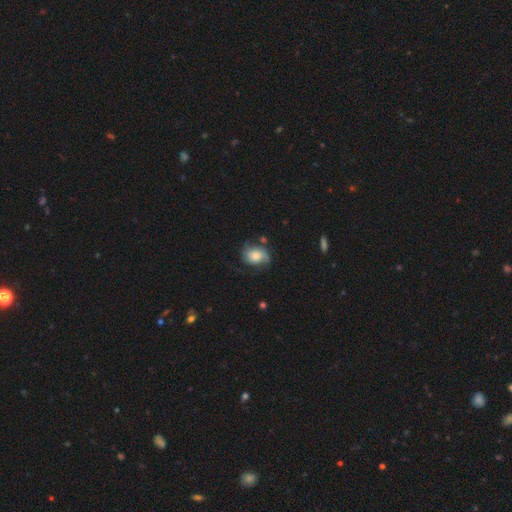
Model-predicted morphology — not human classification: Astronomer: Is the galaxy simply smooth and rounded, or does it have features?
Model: featured or disk — 47% (runner-up: smooth, 45%).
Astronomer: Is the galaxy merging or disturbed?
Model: none — 56%.